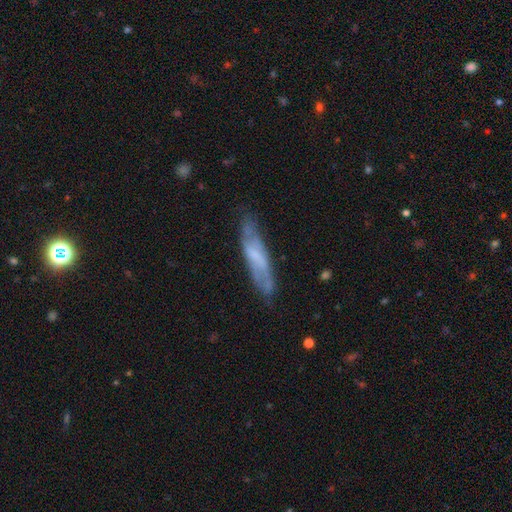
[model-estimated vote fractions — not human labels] Smooth or featured? featured or disk (54%)
Edge-on disk? yes (51%)
Merging? none (68%)